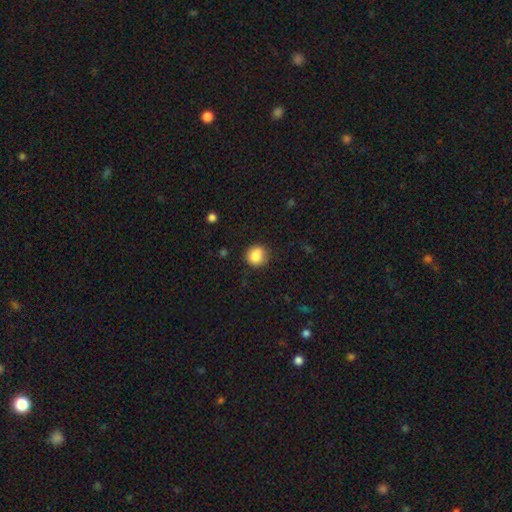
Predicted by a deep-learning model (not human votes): Smooth or featured? smooth (84%)
How rounded? round (85%)
Merging? none (74%)